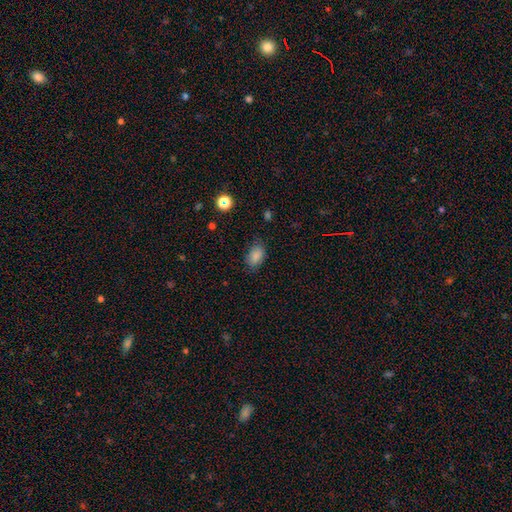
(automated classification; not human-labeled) Overall: smooth (86%). How rounded: in between (87%). Merging: none (79%).